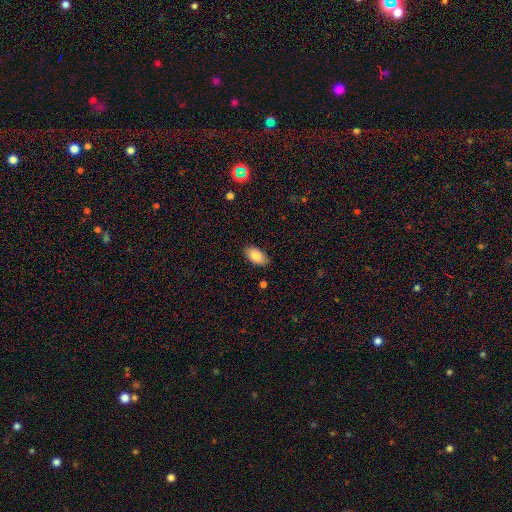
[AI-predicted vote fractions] This is clearly a smooth galaxy (84%). How rounded: clearly in between (94%). Merging: clearly none (86%).